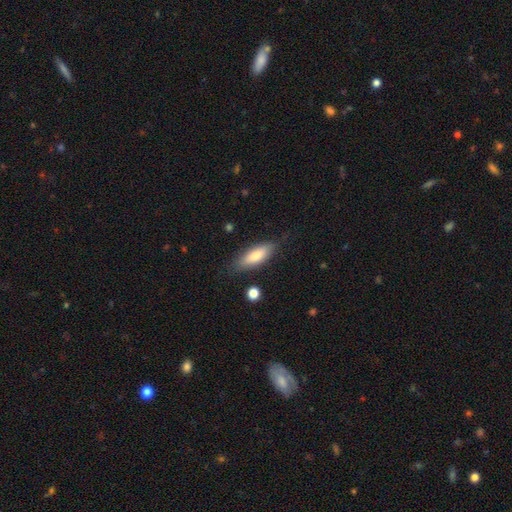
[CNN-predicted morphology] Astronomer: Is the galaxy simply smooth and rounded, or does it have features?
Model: smooth — 76%.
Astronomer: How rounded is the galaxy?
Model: in between — 58% (runner-up: cigar-shaped, 40%).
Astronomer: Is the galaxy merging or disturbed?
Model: none — 79%.